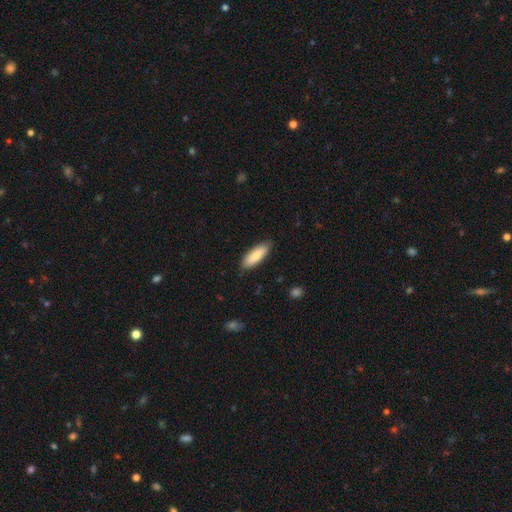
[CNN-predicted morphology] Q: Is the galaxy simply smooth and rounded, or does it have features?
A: smooth — 81%.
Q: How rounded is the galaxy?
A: in between — 62%.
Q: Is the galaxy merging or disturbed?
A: none — 83%.